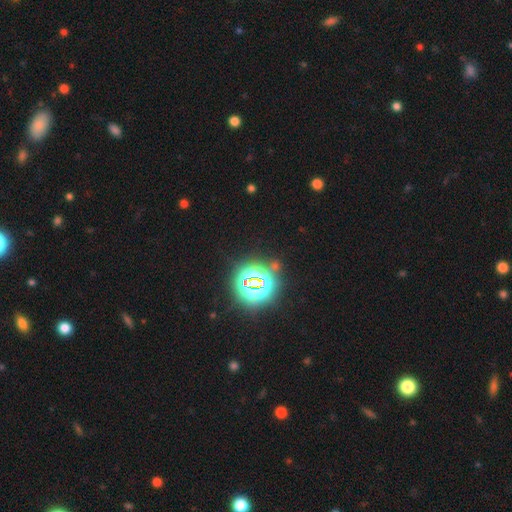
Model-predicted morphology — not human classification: smooth-or-featured: star or artifact: 80% | smooth: 13% | featured or disk: 7%